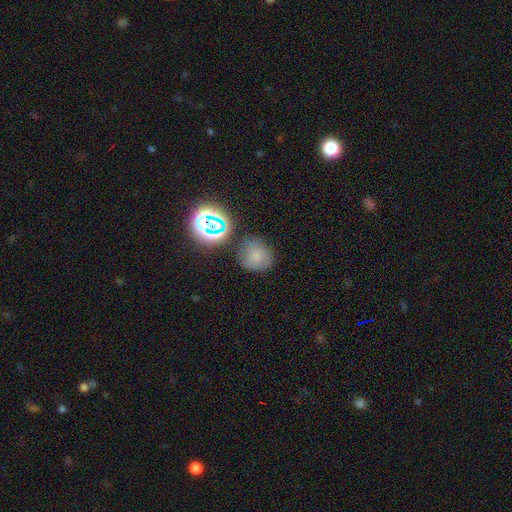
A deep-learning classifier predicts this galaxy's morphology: Smooth or featured: smooth — 64% (star or artifact — 22%)
How rounded: round — 83% (in between — 15%)
Merging: none — 67% (minor disturbance — 19%)